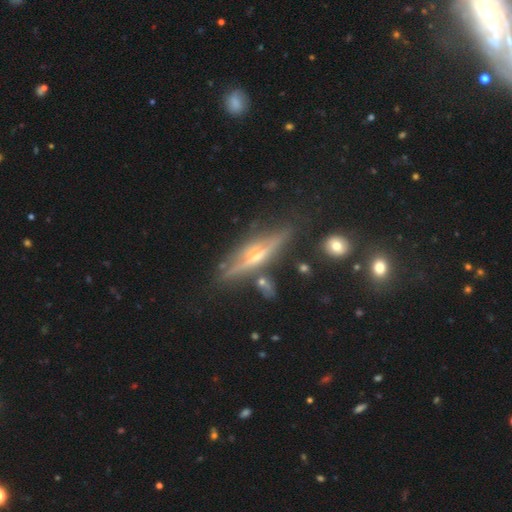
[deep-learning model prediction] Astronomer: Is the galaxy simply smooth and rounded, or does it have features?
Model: featured or disk — 81%.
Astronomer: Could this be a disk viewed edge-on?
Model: yes — 95%.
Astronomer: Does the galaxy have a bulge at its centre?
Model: rounded — 83%.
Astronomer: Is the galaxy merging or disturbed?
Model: none — 80%.